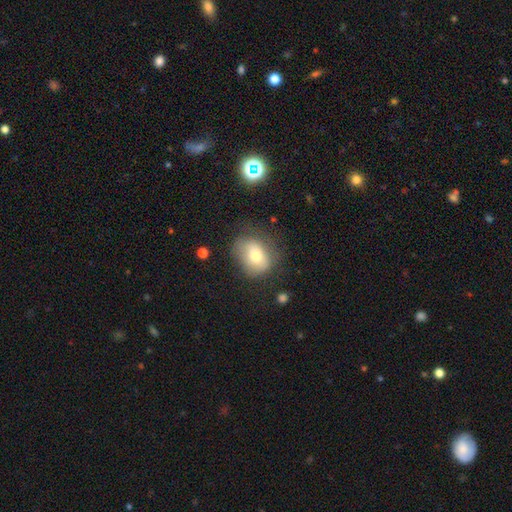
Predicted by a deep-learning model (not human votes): A smooth galaxy with no disk features (68%) that is in between round and cigar-shaped (56%).

Vote fractions:
- Smooth or featured? smooth: 68% / featured or disk: 22% / star or artifact: 11%
- How rounded? in between: 56% / round: 43% / cigar-shaped: 1%
- Merging? none: 60% / minor disturbance: 25% / major disturbance: 13% / merger: 2%